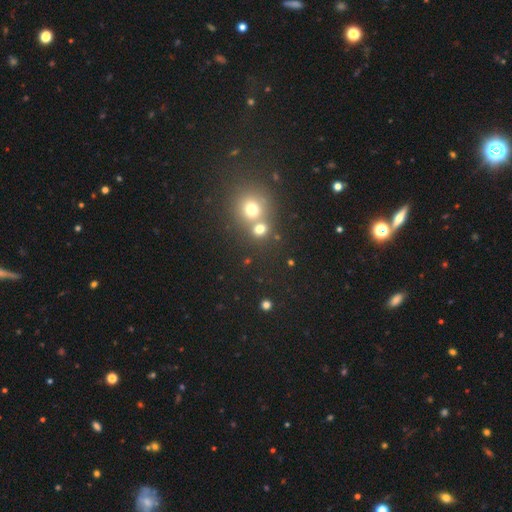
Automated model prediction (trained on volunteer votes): Smooth or featured? smooth (47%)
Merging? none (62%)